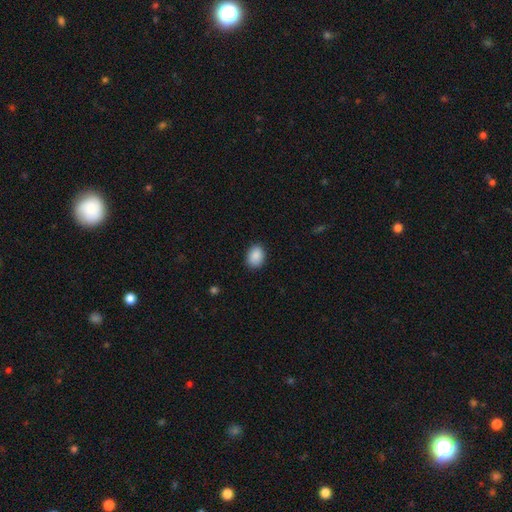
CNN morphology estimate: smooth_or_featured: smooth (p=0.89) [alt: star or artifact p=0.07]
how_rounded: in between (p=0.65) [alt: round p=0.34]
merging: none (p=0.87) [alt: minor disturbance p=0.09]